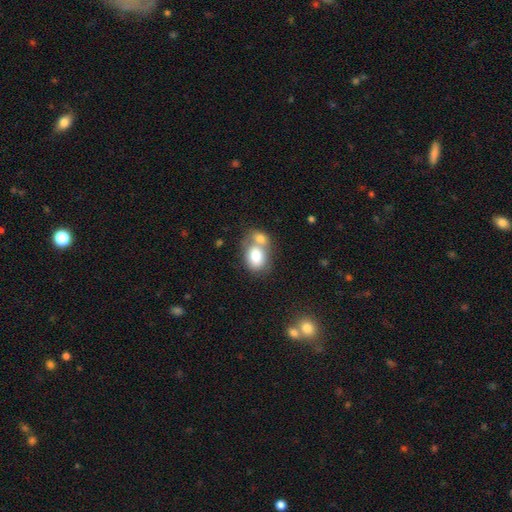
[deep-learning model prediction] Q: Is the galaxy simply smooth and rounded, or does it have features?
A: smooth — 77%.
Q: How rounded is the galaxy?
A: in between — 69%.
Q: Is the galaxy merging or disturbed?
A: merger — 57%.